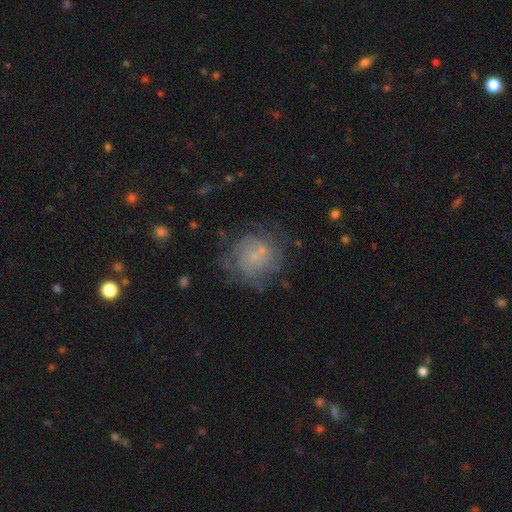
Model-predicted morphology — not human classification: type=featured or disk (58%); edge-on=no (97%); bar=no (61%); spiral arms=yes (74%); bulge=small (70%); merging=none (61%).